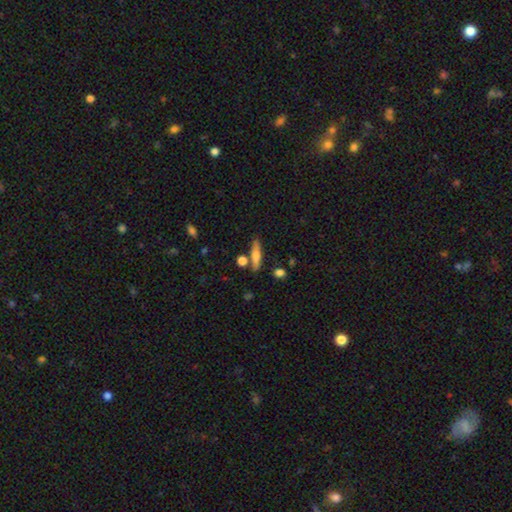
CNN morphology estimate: smooth_or_featured: smooth (p=0.65) [alt: featured or disk p=0.28]
how_rounded: cigar-shaped (p=0.75) [alt: in between p=0.22]
merging: none (p=0.78) [alt: minor disturbance p=0.11]